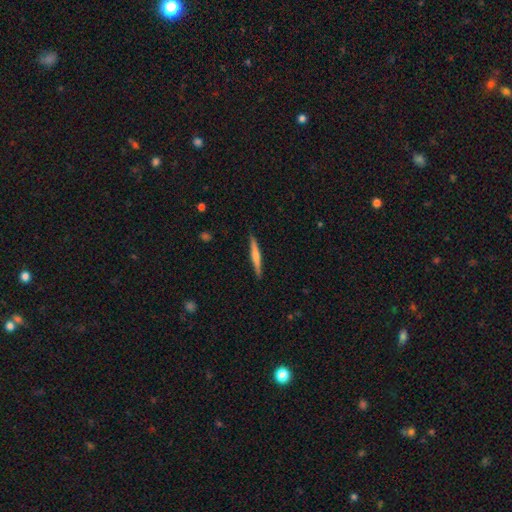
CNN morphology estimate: Smooth or featured? Predicted: smooth (p=0.54). How rounded? Predicted: cigar-shaped (p=0.95). Merging? Predicted: none (p=0.90).